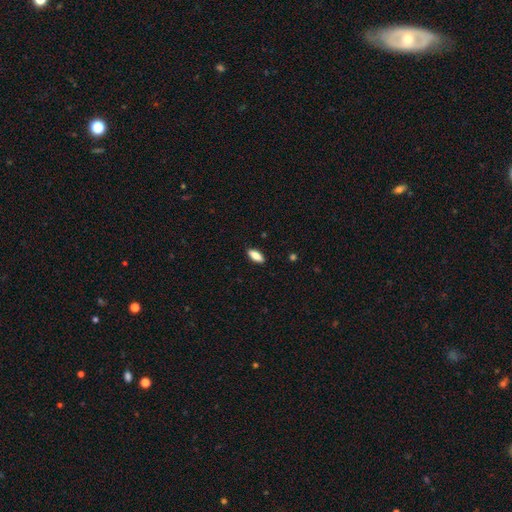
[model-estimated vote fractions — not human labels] Overall: smooth (84%). How rounded: in between (76%). Merging: none (89%).